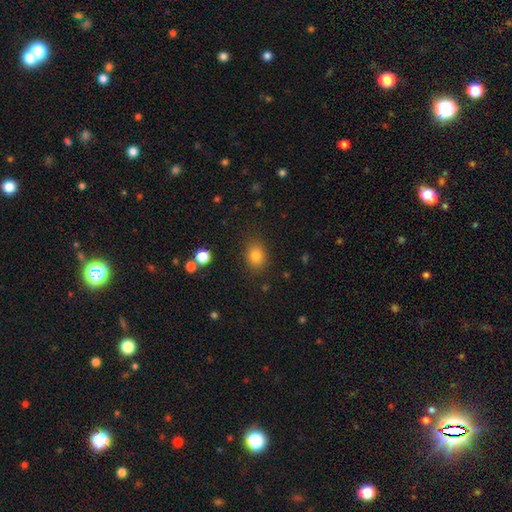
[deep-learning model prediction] Q: Smooth or featured?
A: smooth (83%); runner-up: star or artifact (11%)
Q: How rounded?
A: in between (50%); runner-up: round (49%)
Q: Merging?
A: none (84%); runner-up: minor disturbance (11%)